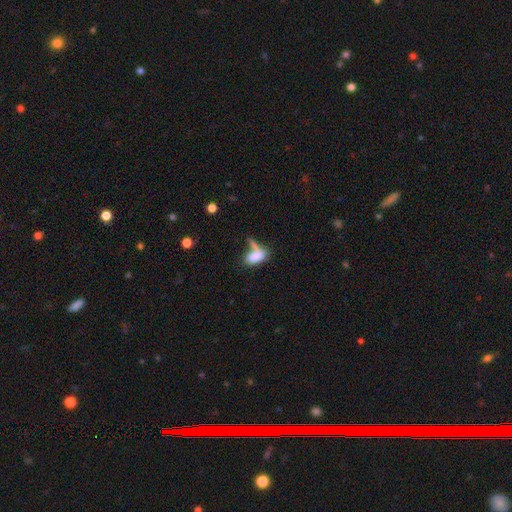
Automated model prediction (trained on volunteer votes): Q: Smooth or featured?
A: smooth (78%); runner-up: featured or disk (13%)
Q: How rounded?
A: in between (86%); runner-up: cigar-shaped (9%)
Q: Merging?
A: merger (36%); runner-up: none (31%)